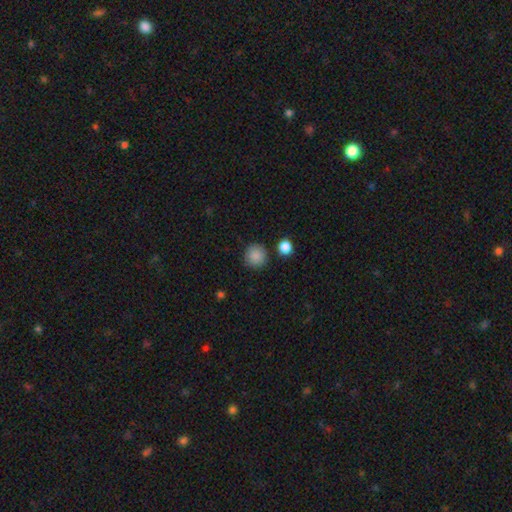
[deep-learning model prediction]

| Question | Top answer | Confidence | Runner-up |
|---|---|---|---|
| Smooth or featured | smooth | 88% | star or artifact (9%) |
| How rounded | round | 94% | in between (6%) |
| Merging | none | 86% | minor disturbance (7%) |